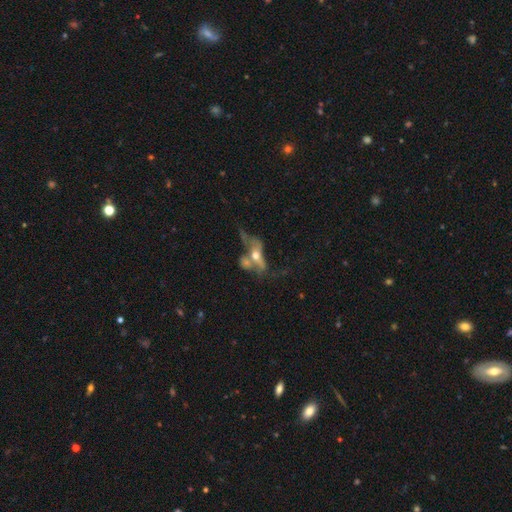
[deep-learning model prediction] Smooth or featured? Predicted: featured or disk (p=0.55). Edge-on disk? Predicted: no (p=0.72). Merging? Predicted: merger (p=0.53).